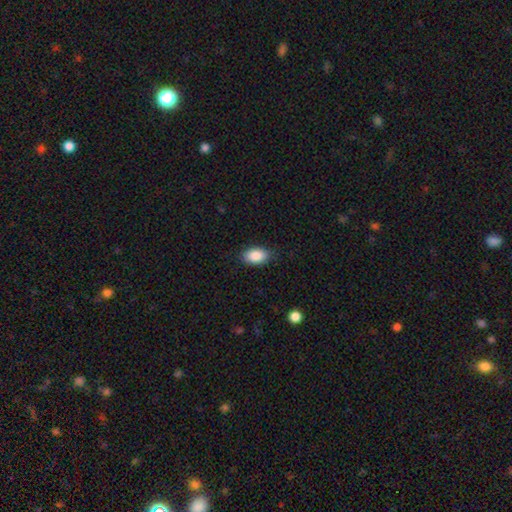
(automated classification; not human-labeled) Smooth or featured?
  - smooth: 88% *
  - star or artifact: 7%
  - featured or disk: 5%
How rounded?
  - in between: 92% *
  - round: 6%
  - cigar-shaped: 2%
Merging?
  - none: 84% *
  - minor disturbance: 12%
  - major disturbance: 3%
  - merger: 1%